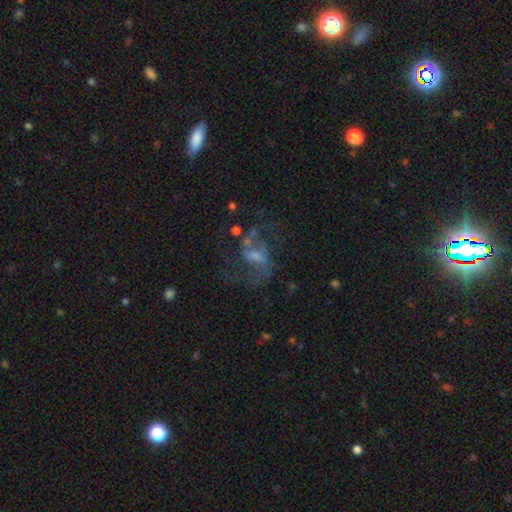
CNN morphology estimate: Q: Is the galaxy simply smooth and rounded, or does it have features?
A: featured or disk — 72%.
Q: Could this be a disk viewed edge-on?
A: no — 97%.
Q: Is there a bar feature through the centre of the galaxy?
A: weak — 50%.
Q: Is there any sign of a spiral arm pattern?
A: yes — 80%.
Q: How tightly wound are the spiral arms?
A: loose — 54%.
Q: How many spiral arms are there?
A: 2 — 71%.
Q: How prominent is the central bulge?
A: small — 48%.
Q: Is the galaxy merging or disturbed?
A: none — 48%.